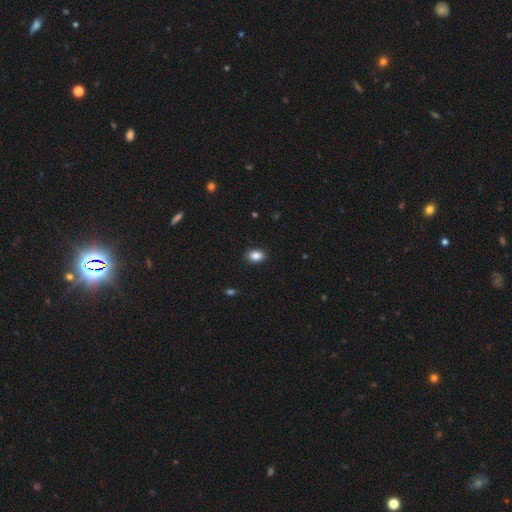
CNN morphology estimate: smooth_or_featured: smooth (p=0.87) [alt: star or artifact p=0.09]
how_rounded: in between (p=0.80) [alt: round p=0.19]
merging: none (p=0.89) [alt: minor disturbance p=0.08]